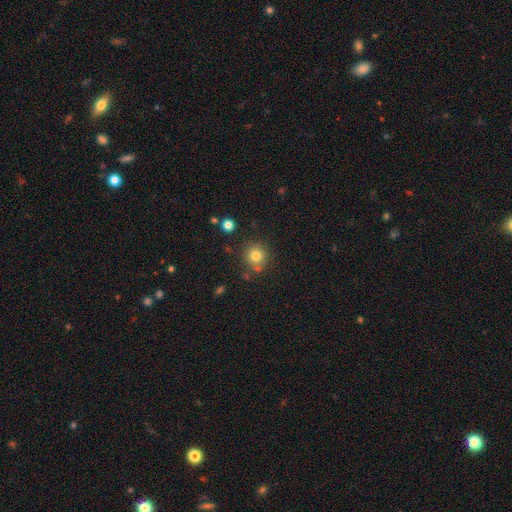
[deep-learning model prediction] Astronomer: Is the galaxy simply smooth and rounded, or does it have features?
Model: smooth — 78%.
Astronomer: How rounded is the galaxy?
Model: round — 92%.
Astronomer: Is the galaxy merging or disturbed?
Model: none — 80%.